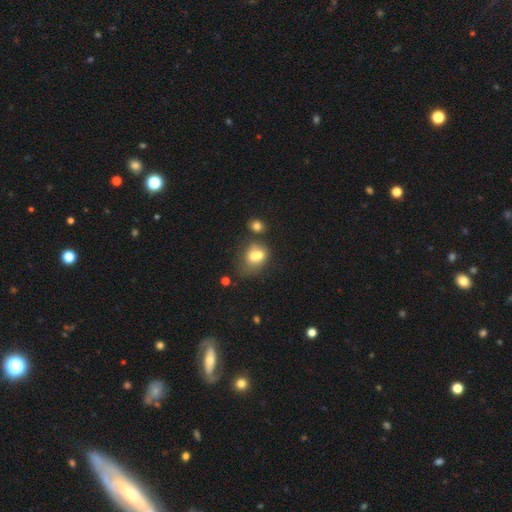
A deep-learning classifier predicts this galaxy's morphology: Overall: smooth (67%). How rounded: in between (56%; round 43%). Merging: merger (52%; none 24%).